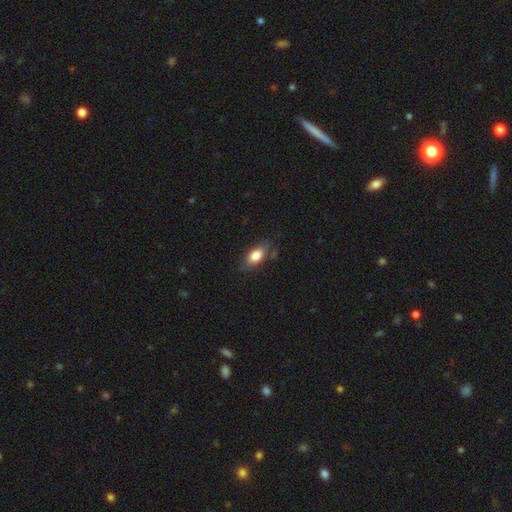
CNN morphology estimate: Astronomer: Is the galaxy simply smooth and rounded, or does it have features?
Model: smooth — 80%.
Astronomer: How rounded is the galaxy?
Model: in between — 85%.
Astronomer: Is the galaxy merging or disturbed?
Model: none — 75%.